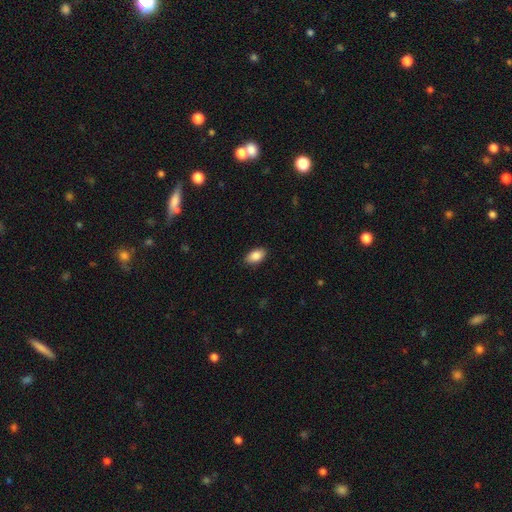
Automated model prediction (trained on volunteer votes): smooth-or-featured: smooth: 87% | star or artifact: 7% | featured or disk: 6%
  how-rounded: in between: 92% | round: 5% | cigar-shaped: 2%
  merging: none: 87% | minor disturbance: 10% | major disturbance: 2% | merger: 1%